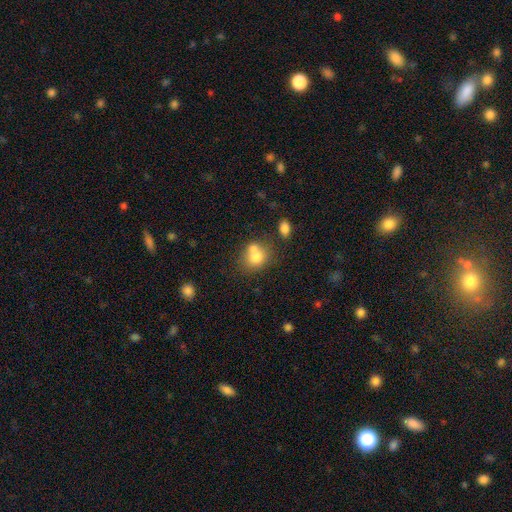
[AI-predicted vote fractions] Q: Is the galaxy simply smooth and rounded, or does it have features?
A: smooth — 74%.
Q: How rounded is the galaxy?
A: round — 66%.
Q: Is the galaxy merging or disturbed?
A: merger — 43%.